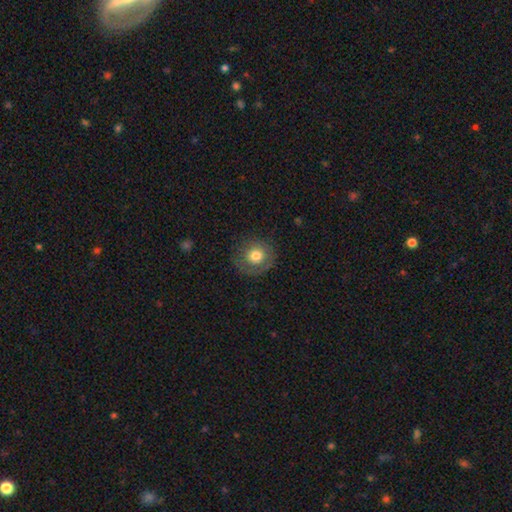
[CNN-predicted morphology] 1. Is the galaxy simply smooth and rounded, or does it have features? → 69% smooth, 22% featured or disk, 9% star or artifact.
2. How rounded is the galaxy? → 89% round, 10% in between, 1% cigar-shaped.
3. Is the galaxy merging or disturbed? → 78% none, 14% minor disturbance, 7% major disturbance, 1% merger.